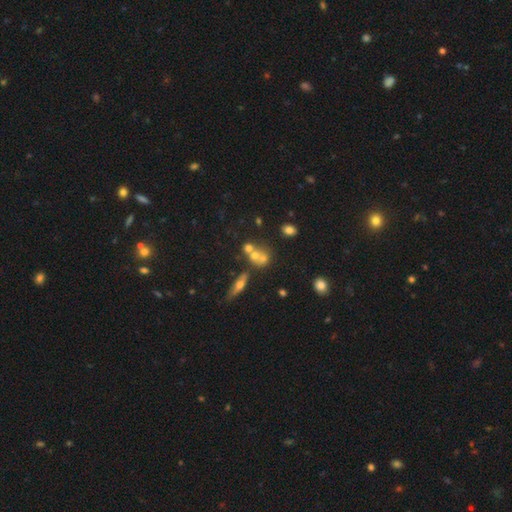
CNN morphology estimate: Overall: smooth (50%; featured or disk 29%). Merging: merger (47%; none 37%).